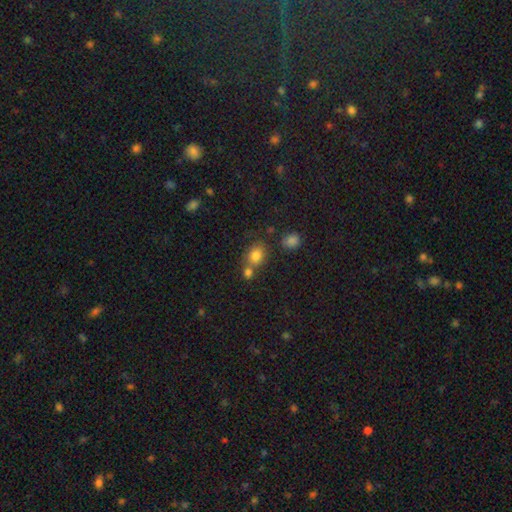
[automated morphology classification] This is likely a smooth galaxy (80%). How rounded: possibly round (55%). Merging: possibly none (53%).